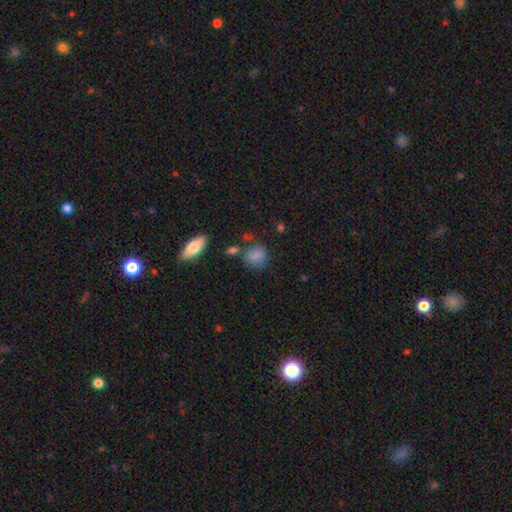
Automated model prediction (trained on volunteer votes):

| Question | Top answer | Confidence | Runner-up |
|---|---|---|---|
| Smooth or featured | smooth | 82% | star or artifact (10%) |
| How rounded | round | 55% | in between (43%) |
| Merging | none | 61% | minor disturbance (22%) |